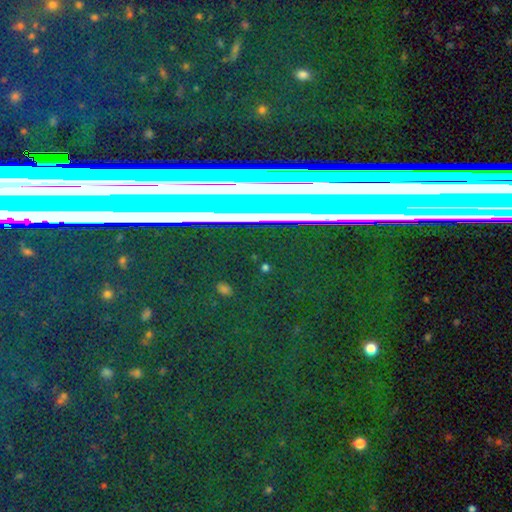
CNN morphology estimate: star or artifact 68%, featured or disk 20%, smooth 12%.